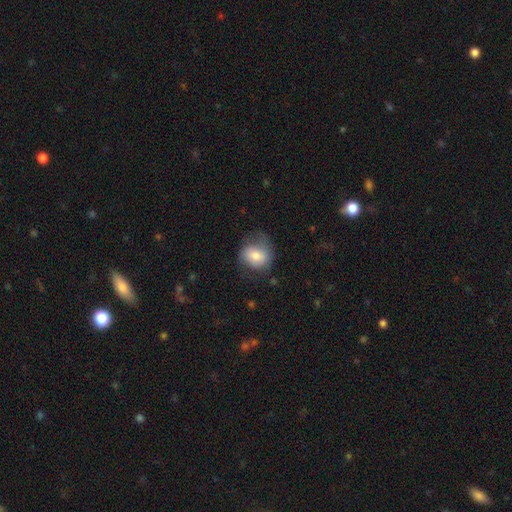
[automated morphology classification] Smooth or featured?
  - smooth: 69% *
  - featured or disk: 24%
  - star or artifact: 8%
How rounded?
  - round: 64% *
  - in between: 35%
  - cigar-shaped: 1%
Merging?
  - none: 55% *
  - minor disturbance: 27%
  - major disturbance: 16%
  - merger: 2%